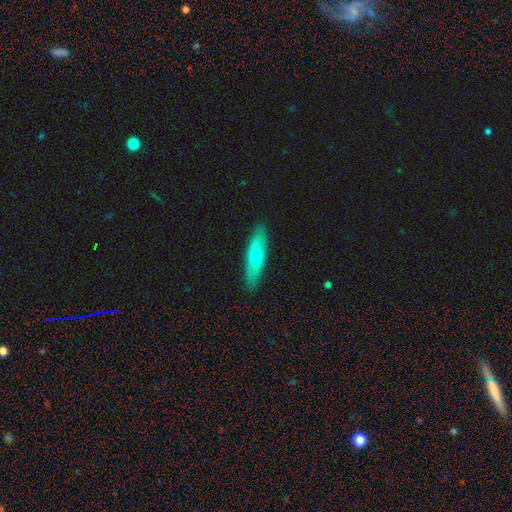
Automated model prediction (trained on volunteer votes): Smooth or featured? smooth (60%)
How rounded? cigar-shaped (62%)
Merging? none (88%)